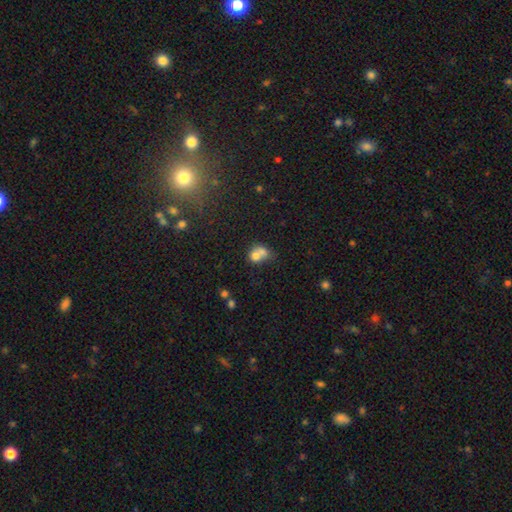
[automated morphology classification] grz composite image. It shows a smooth galaxy with no disk features (70%) that is round (58%). Merging: merger (65%).